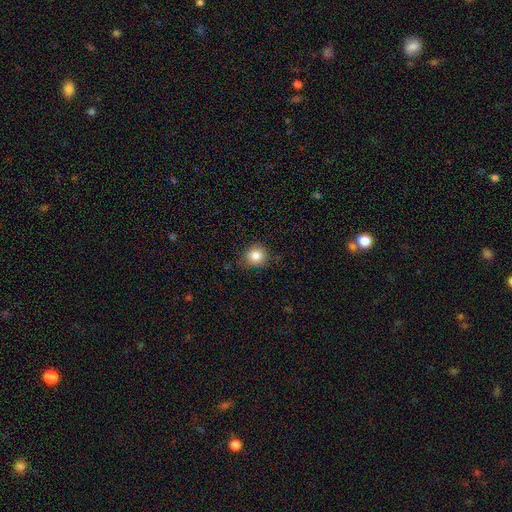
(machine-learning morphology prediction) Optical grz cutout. It shows a smooth galaxy with no disk features (83%) that is round (90%). Merging: none (81%).